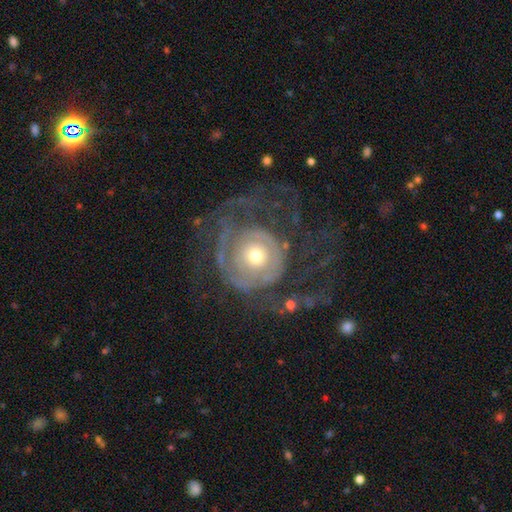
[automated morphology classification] Overall: featured or disk (75%). Edge-on disk: no (97%). Bar: no (86%). Spiral arms: yes (72%). Spiral arm count: can't tell (39%; 2 23%). Spiral winding: tight (54%; medium 25%). Bulge size: moderate (49%; small 41%). Merging: none (43%; major disturbance 39%).